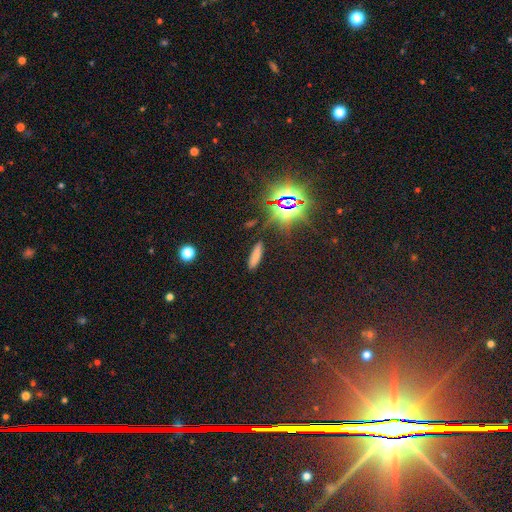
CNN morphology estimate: The model was most divided on "how rounded": cigar-shaped: 67%, in between: 29%, round: 3%. More confident: merging — none (85%); smooth or featured — smooth (70%).